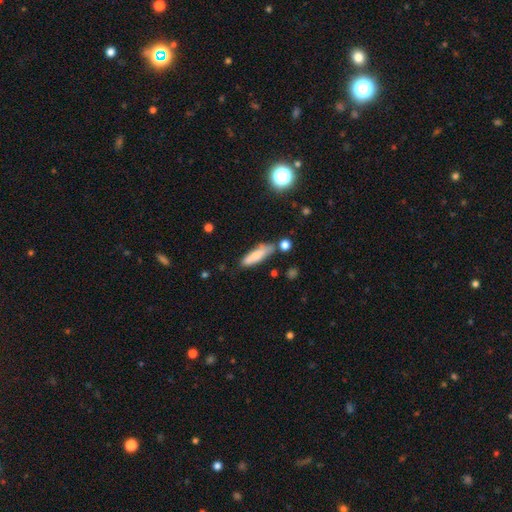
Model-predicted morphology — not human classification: smooth 74%, featured or disk 18%, star or artifact 7%. Down the decision tree: how rounded — cigar-shaped (59%); merging — none (59%).